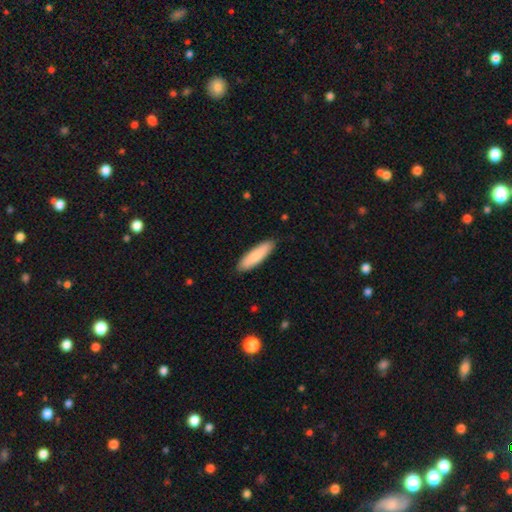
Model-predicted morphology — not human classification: Smooth or featured? smooth (85%)
How rounded? cigar-shaped (65%)
Merging? none (89%)